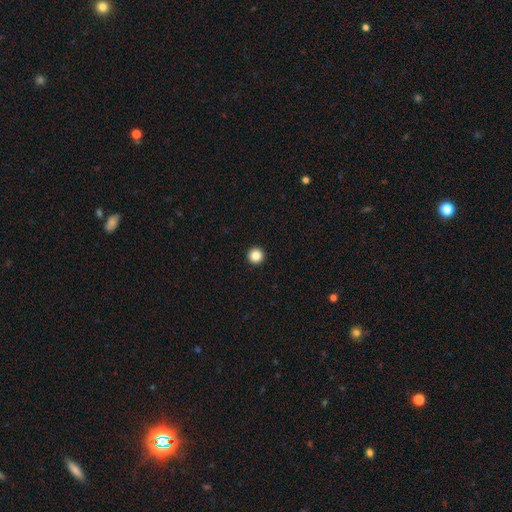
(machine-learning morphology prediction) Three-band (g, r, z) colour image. It shows a smooth galaxy with no disk features (86%) that is round (97%). Merging: none (95%).